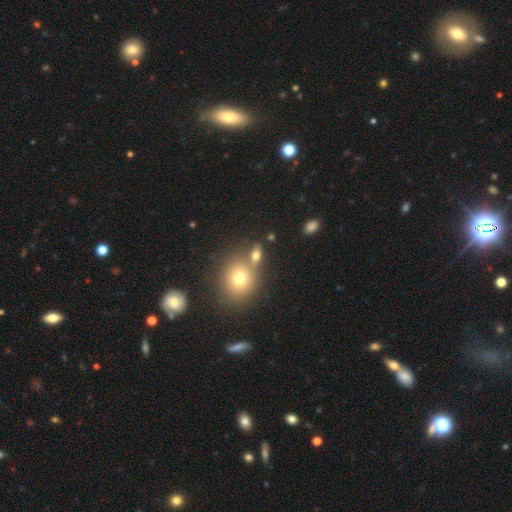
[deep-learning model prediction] This appears to be a smooth galaxy with no disk features (66%) that is in between round and cigar-shaped (53%). Merging: none (58%).